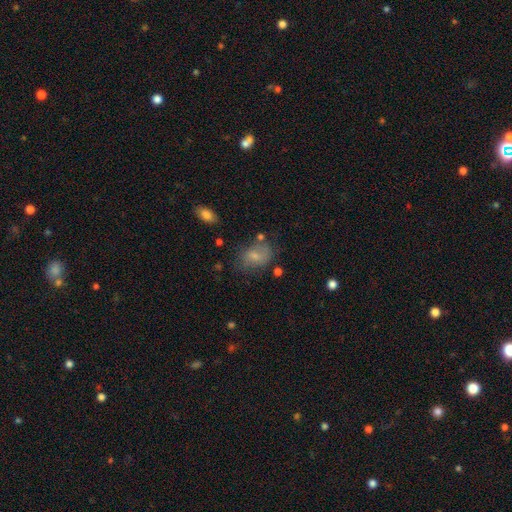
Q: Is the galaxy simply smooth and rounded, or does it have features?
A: smooth — 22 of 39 (56%).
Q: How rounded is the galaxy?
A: in between — 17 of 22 (77%).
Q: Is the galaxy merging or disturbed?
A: none — 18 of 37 (49%).